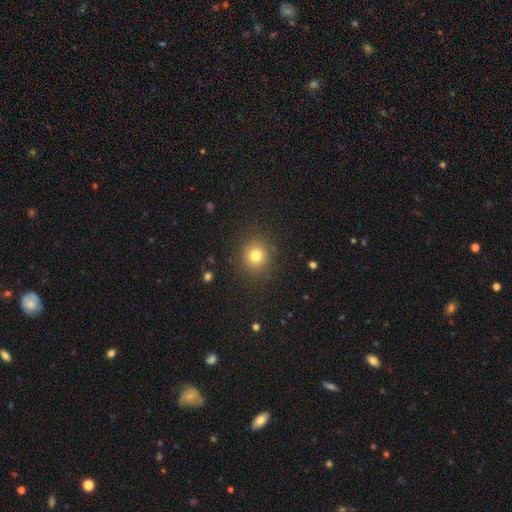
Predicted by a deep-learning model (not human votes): smooth 78%, star or artifact 14%, featured or disk 8%. Down the decision tree: how rounded — round (87%); merging — none (88%).